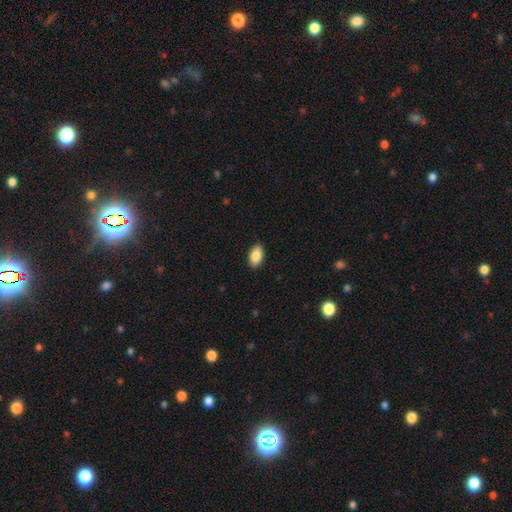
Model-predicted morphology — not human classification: Smooth or featured? smooth (86%)
How rounded? in between (93%)
Merging? none (90%)